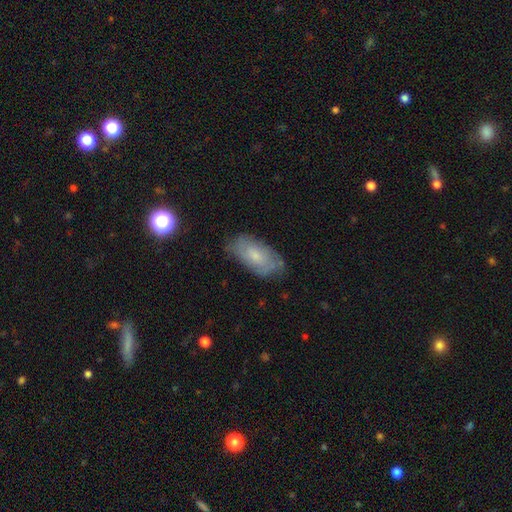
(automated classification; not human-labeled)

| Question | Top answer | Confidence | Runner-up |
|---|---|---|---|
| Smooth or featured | smooth | 55% | featured or disk (37%) |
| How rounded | in between | 91% | cigar-shaped (6%) |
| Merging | none | 71% | minor disturbance (22%) |